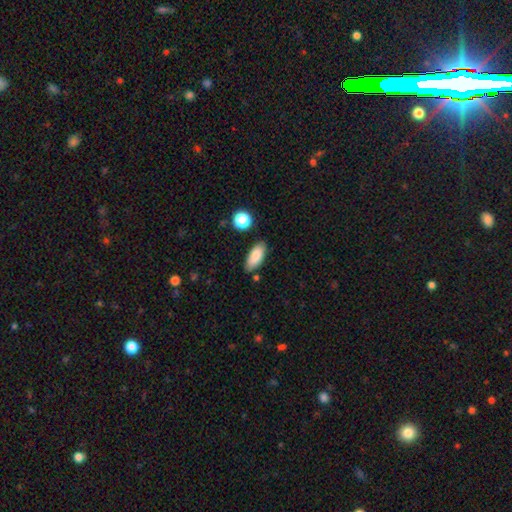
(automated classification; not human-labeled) Overall: smooth (86%). How rounded: in between (85%). Merging: none (80%).